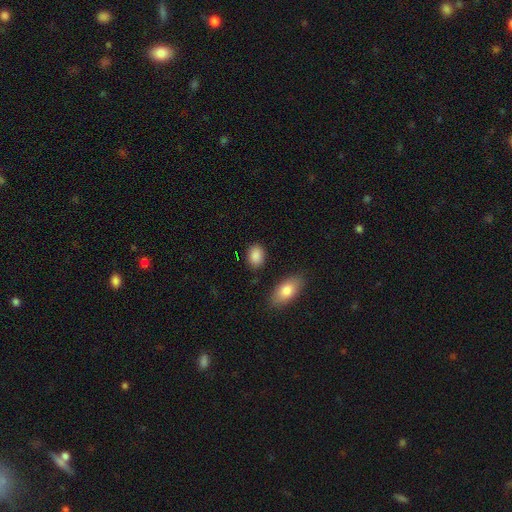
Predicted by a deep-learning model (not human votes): Smooth or featured? Predicted: smooth (p=0.88). How rounded? Predicted: in between (p=0.78). Merging? Predicted: none (p=0.83).